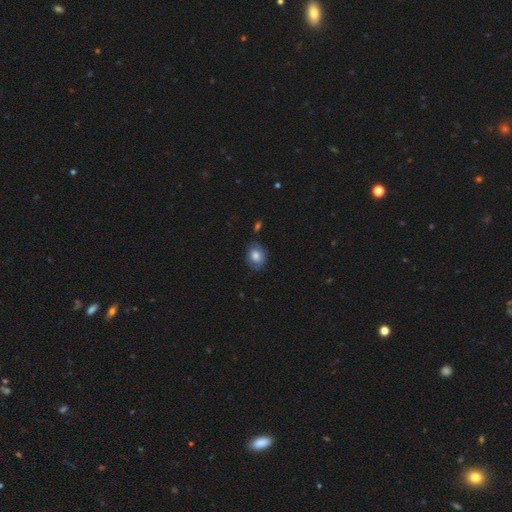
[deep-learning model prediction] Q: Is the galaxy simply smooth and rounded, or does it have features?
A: smooth — 78%.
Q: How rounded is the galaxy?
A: in between — 60%.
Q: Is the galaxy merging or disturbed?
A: none — 72%.